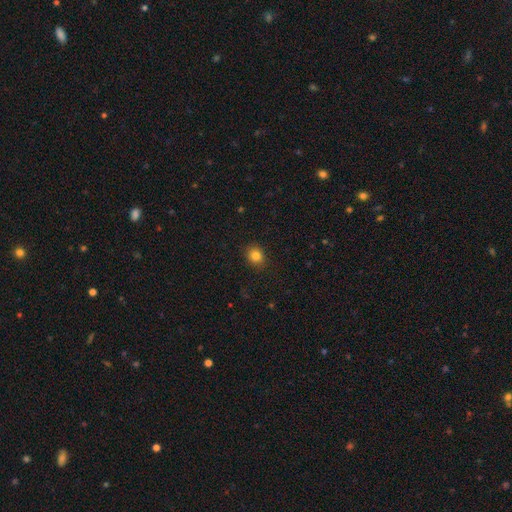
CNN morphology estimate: Smooth or featured? smooth (83%)
How rounded? round (69%)
Merging? none (89%)